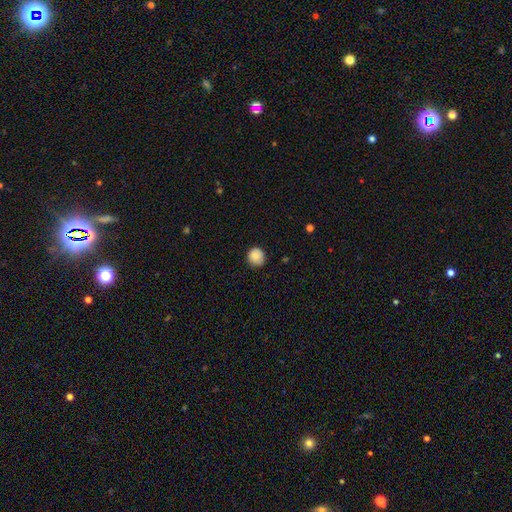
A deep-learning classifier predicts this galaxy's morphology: smooth 87%, star or artifact 9%, featured or disk 4%. Down the decision tree: how rounded — round (91%); merging — none (84%).